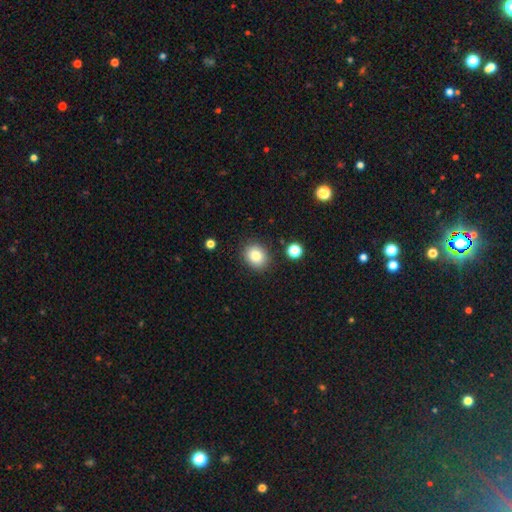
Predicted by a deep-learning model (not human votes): Smooth or featured? Predicted: smooth (p=0.82). How rounded? Predicted: round (p=0.63). Merging? Predicted: none (p=0.86).